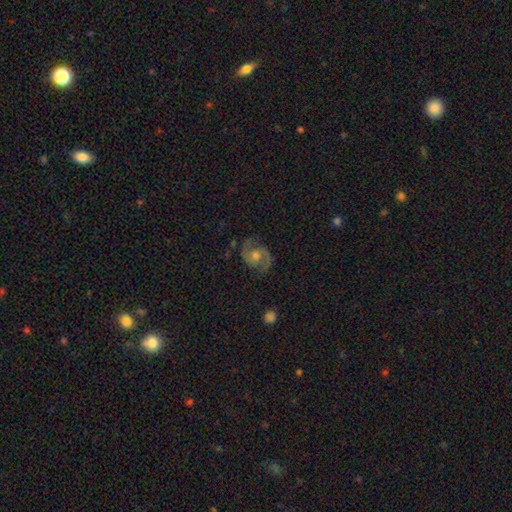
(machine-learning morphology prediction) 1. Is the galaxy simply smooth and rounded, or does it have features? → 82% featured or disk, 10% smooth, 8% star or artifact.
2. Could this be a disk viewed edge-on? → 98% no, 2% yes.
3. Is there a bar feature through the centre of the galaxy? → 68% no, 26% weak, 5% strong.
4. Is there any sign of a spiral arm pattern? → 96% yes, 4% no.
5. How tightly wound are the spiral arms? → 55% medium, 28% tight, 17% loose.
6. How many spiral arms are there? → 91% 2, 4% can't tell, 2% 3, 2% 1, 1% 4, 1% more than 4.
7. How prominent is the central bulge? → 62% moderate, 32% small, 3% large, 2% none, 1% dominant.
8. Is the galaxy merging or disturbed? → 80% none, 14% minor disturbance, 5% major disturbance, 1% merger.